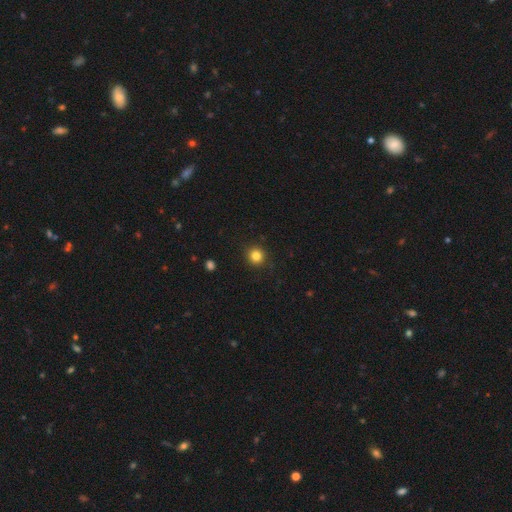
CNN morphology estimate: smooth_or_featured: smooth (p=0.83) [alt: star or artifact p=0.13]
how_rounded: round (p=0.93) [alt: in between p=0.06]
merging: none (p=0.91) [alt: minor disturbance p=0.06]